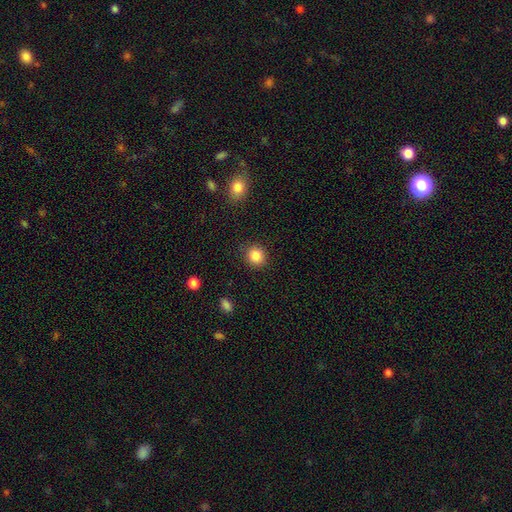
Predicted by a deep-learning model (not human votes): A smooth galaxy with no disk features (86%) that is round (82%).

Vote fractions:
- Smooth or featured? smooth: 86% / star or artifact: 10% / featured or disk: 5%
- How rounded? round: 82% / in between: 18% / cigar-shaped: 1%
- Merging? none: 88% / minor disturbance: 8% / major disturbance: 3% / merger: 1%